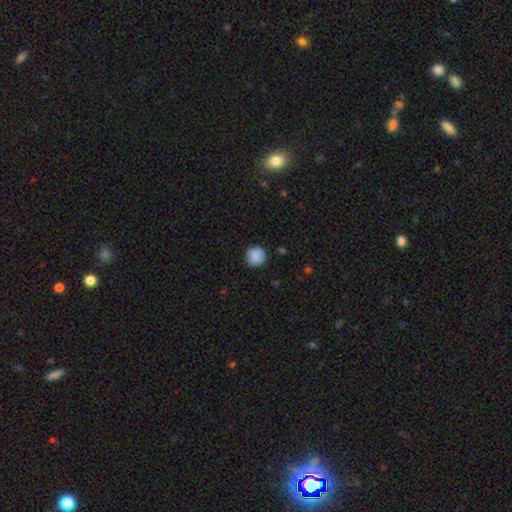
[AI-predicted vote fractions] Smooth or featured? Predicted: smooth (p=0.89). How rounded? Predicted: round (p=0.94). Merging? Predicted: none (p=0.89).